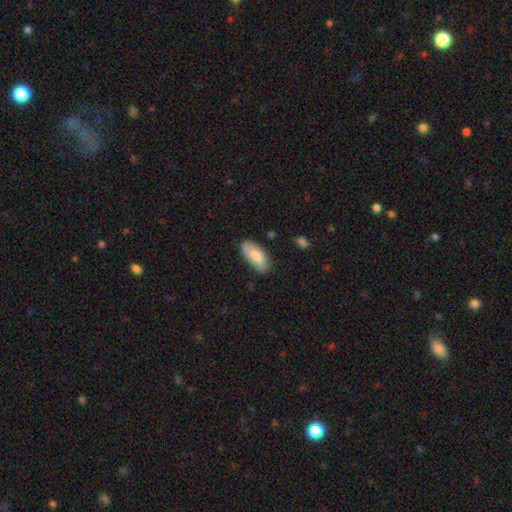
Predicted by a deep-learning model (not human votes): smooth_or_featured: smooth (p=0.81) [alt: featured or disk p=0.13]
how_rounded: in between (p=0.91) [alt: cigar-shaped p=0.07]
merging: none (p=0.76) [alt: minor disturbance p=0.19]